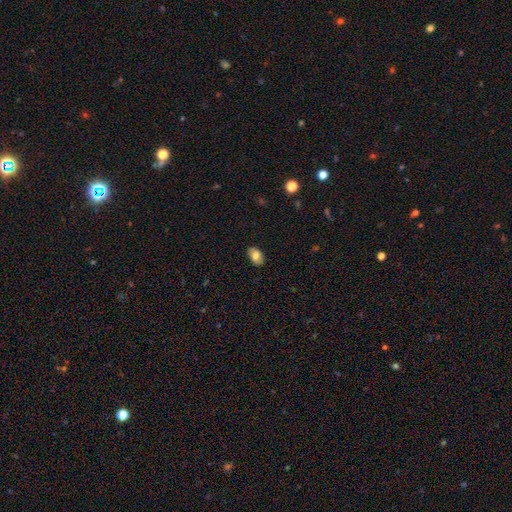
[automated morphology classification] Smooth or featured?
  - smooth: 75% *
  - featured or disk: 17%
  - star or artifact: 8%
How rounded?
  - in between: 89% *
  - round: 10%
  - cigar-shaped: 1%
Merging?
  - none: 85% *
  - minor disturbance: 12%
  - major disturbance: 2%
  - merger: 1%